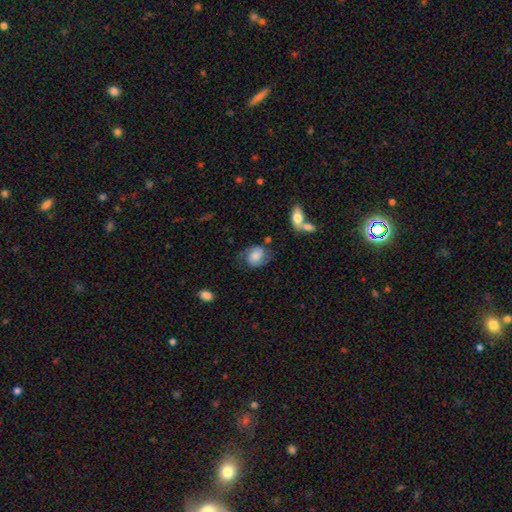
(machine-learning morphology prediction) Smooth or featured? featured or disk (48%)
Merging? none (63%)